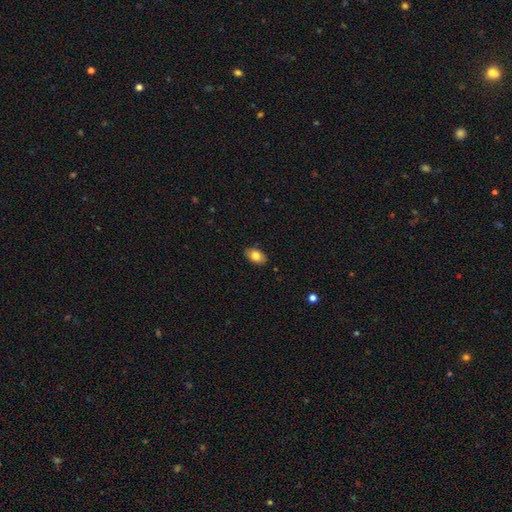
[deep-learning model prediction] Morphology: type=smooth (81%); roundness=in between (91%); merging=none (86%).